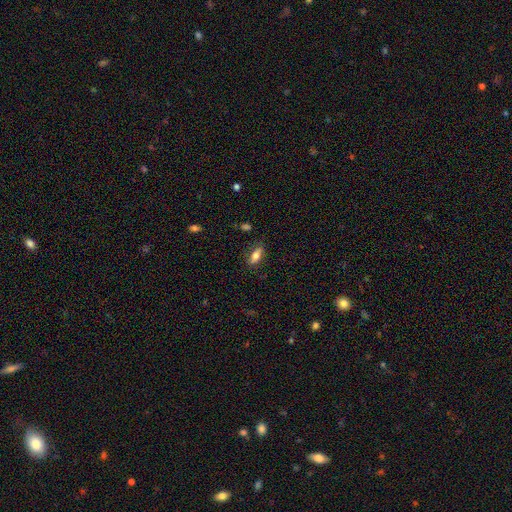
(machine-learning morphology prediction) smooth 69%, featured or disk 23%, star or artifact 8%. Down the decision tree: how rounded — in between (74%); merging — none (80%).